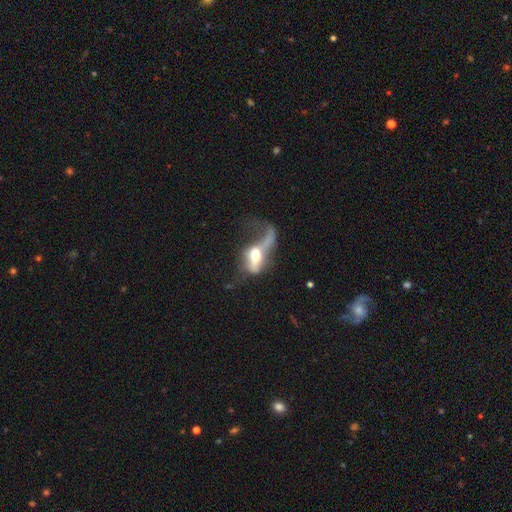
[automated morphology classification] Overall: featured or disk (51%; smooth 40%). Edge-on disk: no (77%). Merging: major disturbance (63%).